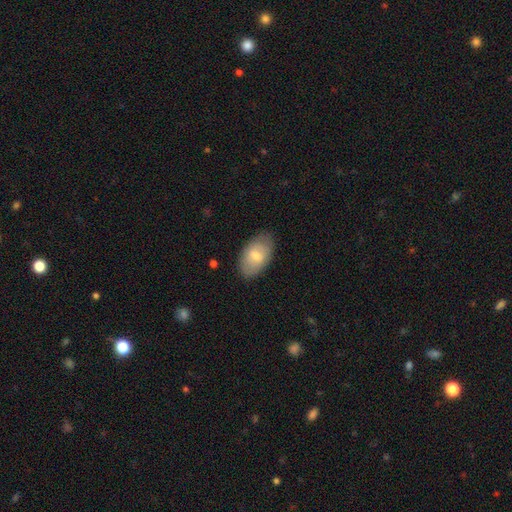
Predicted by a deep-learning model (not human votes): A smooth galaxy with no disk features (67%) that is in between round and cigar-shaped (93%). Merging: none (81%).